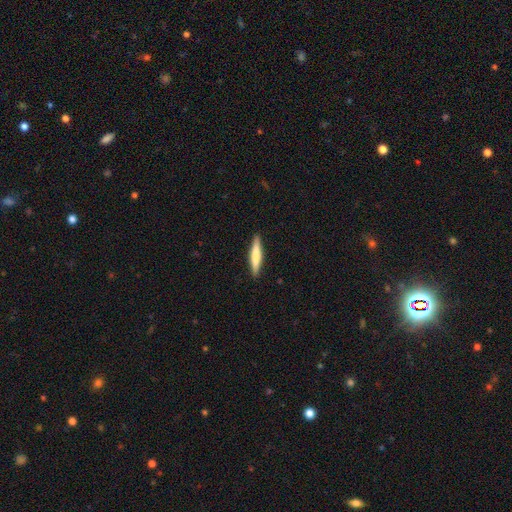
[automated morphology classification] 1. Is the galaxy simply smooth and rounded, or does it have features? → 69% smooth, 26% featured or disk, 5% star or artifact.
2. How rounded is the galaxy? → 90% cigar-shaped, 8% in between, 1% round.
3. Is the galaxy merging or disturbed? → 91% none, 7% minor disturbance, 1% major disturbance, 1% merger.